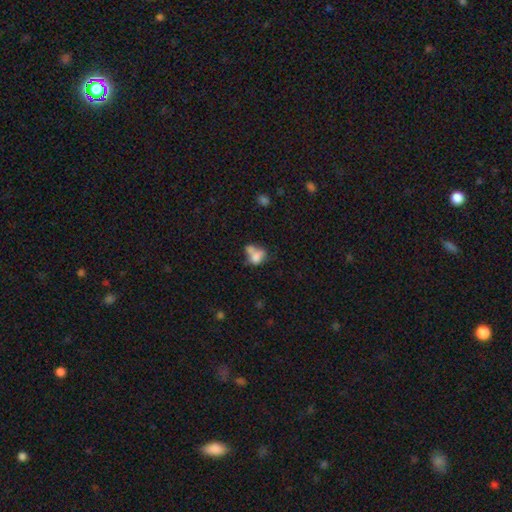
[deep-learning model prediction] smooth 68%, featured or disk 21%, star or artifact 11%. Down the decision tree: how rounded — in between (68%); merging — merger (52%).